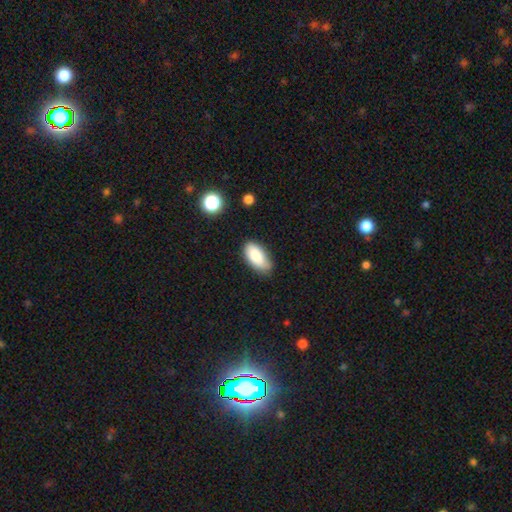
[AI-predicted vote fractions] Smooth or featured? Predicted: smooth (p=0.86). How rounded? Predicted: in between (p=0.92). Merging? Predicted: none (p=0.72).